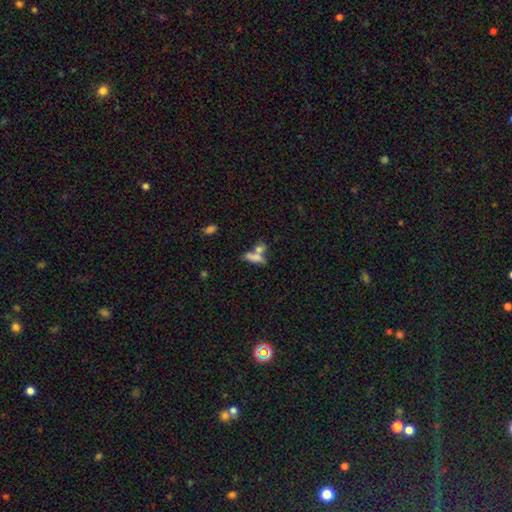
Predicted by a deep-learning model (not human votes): Morphology: type=smooth (69%); roundness=in between (50%); merging=merger (50%).